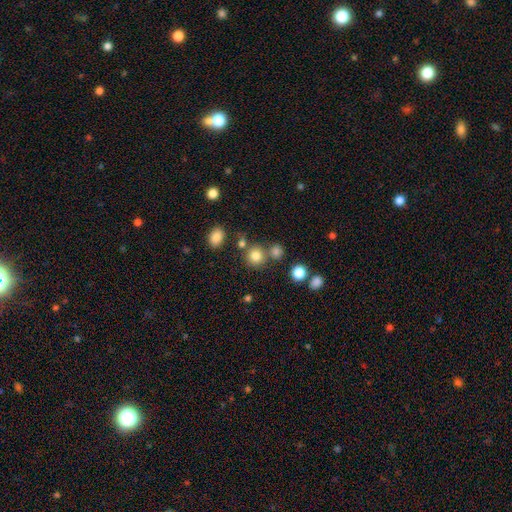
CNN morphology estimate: Smooth or featured: smooth — 79% (star or artifact — 14%)
How rounded: round — 89% (in between — 10%)
Merging: none — 69% (merger — 19%)